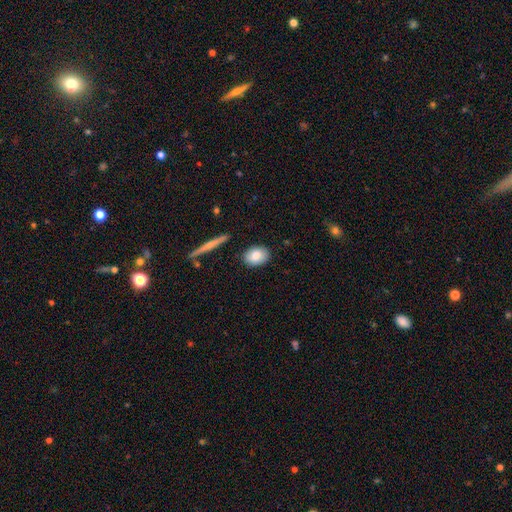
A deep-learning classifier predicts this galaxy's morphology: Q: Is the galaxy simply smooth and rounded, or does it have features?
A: smooth — 81%.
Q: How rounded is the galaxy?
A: in between — 74%.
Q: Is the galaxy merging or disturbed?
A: none — 86%.